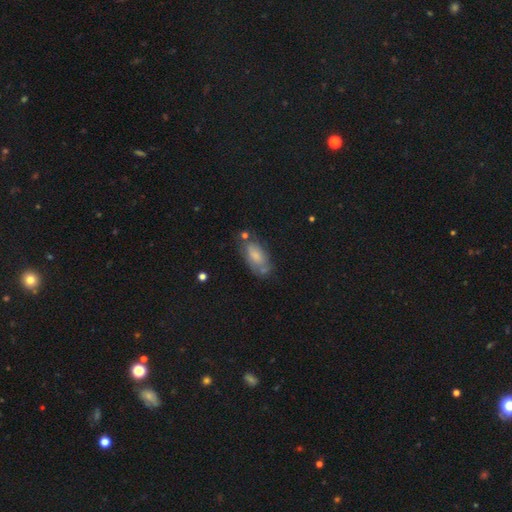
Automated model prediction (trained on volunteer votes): Smooth or featured?
  - smooth: 63% *
  - featured or disk: 29%
  - star or artifact: 8%
How rounded?
  - in between: 87% *
  - cigar-shaped: 10%
  - round: 3%
Merging?
  - none: 56% *
  - minor disturbance: 25%
  - merger: 10%
  - major disturbance: 9%